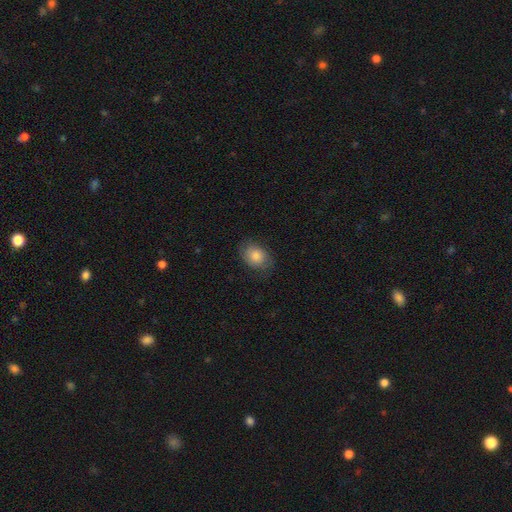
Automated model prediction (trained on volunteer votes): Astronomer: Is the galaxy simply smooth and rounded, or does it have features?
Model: smooth — 77%.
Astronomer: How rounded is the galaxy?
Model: in between — 68%.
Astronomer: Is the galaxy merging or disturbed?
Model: none — 76%.